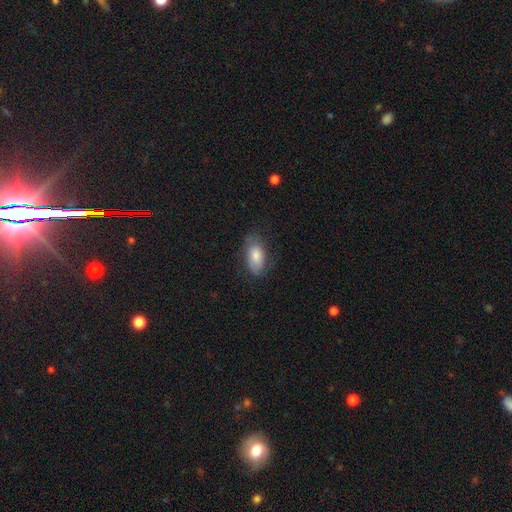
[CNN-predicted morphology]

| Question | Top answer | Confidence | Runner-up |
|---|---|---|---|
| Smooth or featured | smooth | 67% | featured or disk (25%) |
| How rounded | in between | 90% | cigar-shaped (5%) |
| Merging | none | 68% | minor disturbance (23%) |